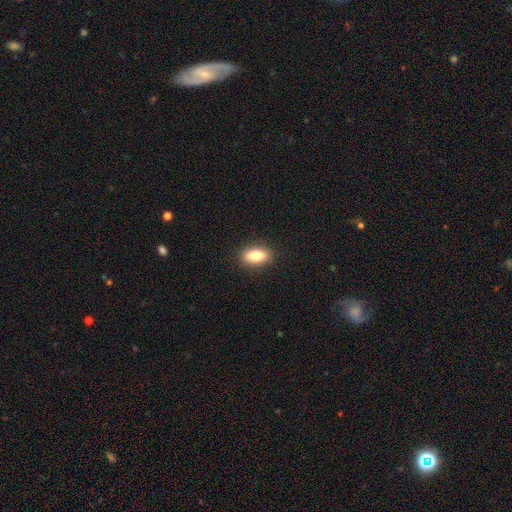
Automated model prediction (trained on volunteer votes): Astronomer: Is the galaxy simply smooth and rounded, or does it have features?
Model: smooth — 80%.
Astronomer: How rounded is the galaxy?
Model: in between — 84%.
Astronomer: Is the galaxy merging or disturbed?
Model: none — 89%.